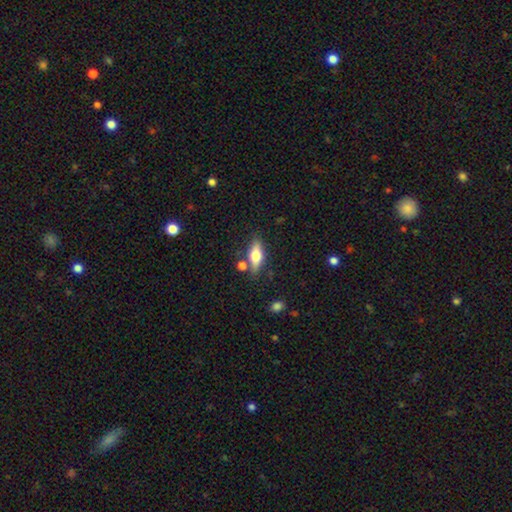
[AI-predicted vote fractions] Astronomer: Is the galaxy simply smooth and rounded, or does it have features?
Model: smooth — 56% (runner-up: featured or disk, 37%).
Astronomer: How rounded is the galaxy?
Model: in between — 64%.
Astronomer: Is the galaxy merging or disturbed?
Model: none — 74%.